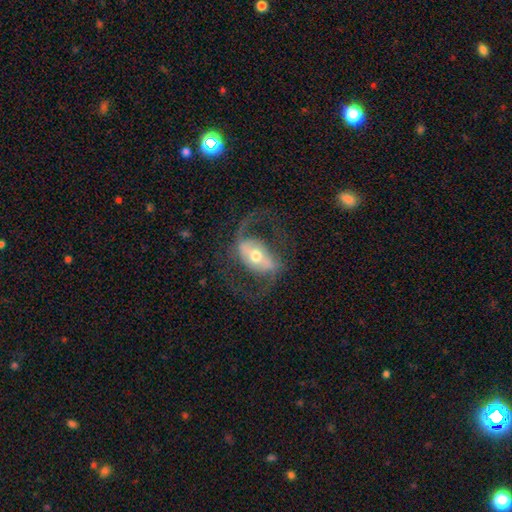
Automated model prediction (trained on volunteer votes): Overall: featured or disk (85%). Edge-on disk: no (95%). Bar: strong (49%; weak 32%). Spiral arms: yes (91%). Spiral arm count: 2 (91%). Spiral winding: medium (50%; loose 40%). Bulge size: moderate (63%; small 27%). Merging: none (69%).